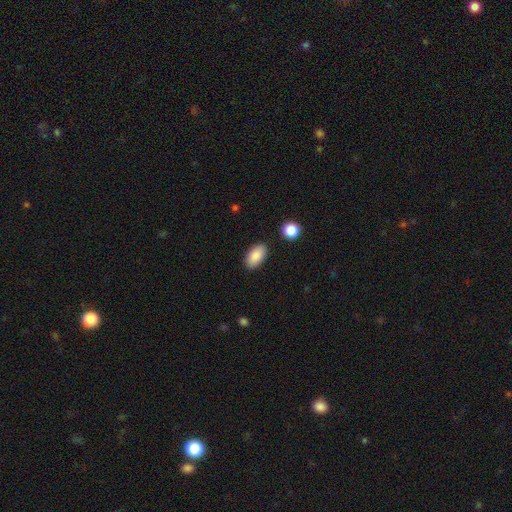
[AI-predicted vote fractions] Smooth or featured?
  - smooth: 88% *
  - star or artifact: 7%
  - featured or disk: 5%
How rounded?
  - in between: 94% *
  - round: 3%
  - cigar-shaped: 2%
Merging?
  - none: 87% *
  - minor disturbance: 9%
  - major disturbance: 2%
  - merger: 2%